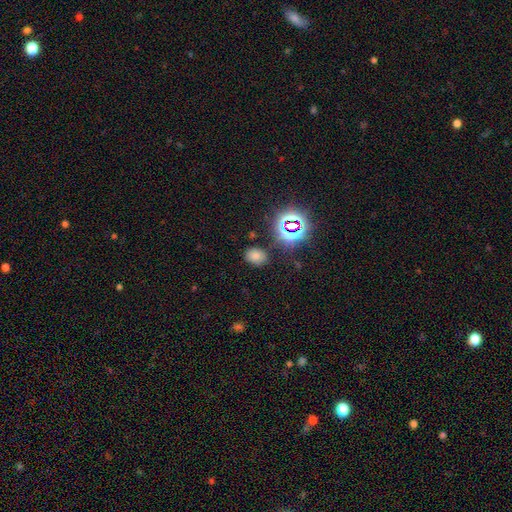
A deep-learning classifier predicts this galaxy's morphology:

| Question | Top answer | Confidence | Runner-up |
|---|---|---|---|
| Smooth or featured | smooth | 69% | star or artifact (24%) |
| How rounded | in between | 67% | round (32%) |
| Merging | none | 80% | minor disturbance (13%) |